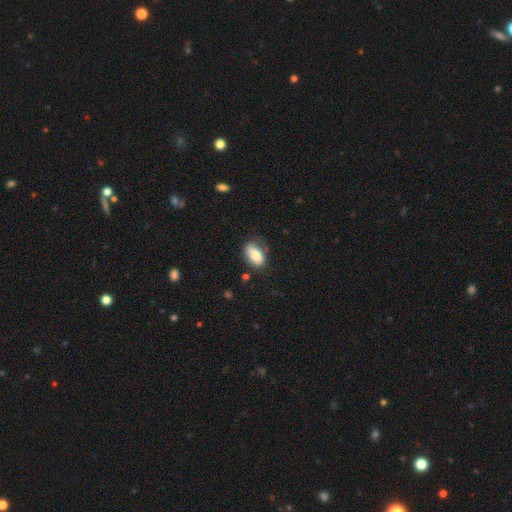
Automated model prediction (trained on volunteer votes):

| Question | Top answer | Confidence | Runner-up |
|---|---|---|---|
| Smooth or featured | smooth | 81% | featured or disk (12%) |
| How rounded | in between | 89% | round (6%) |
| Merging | none | 61% | minor disturbance (27%) |